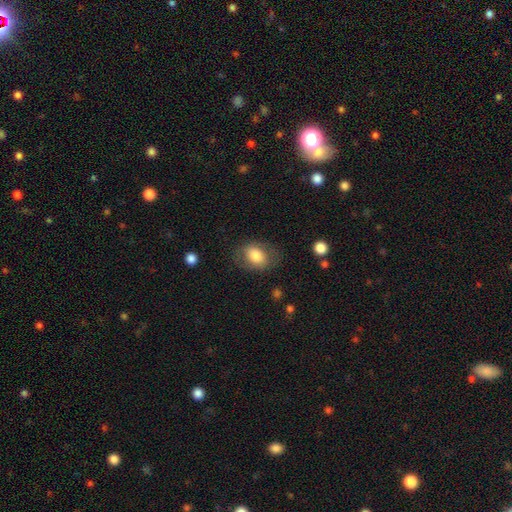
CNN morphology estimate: Smooth or featured? Predicted: smooth (p=0.74). How rounded? Predicted: in between (p=0.69). Merging? Predicted: none (p=0.72).